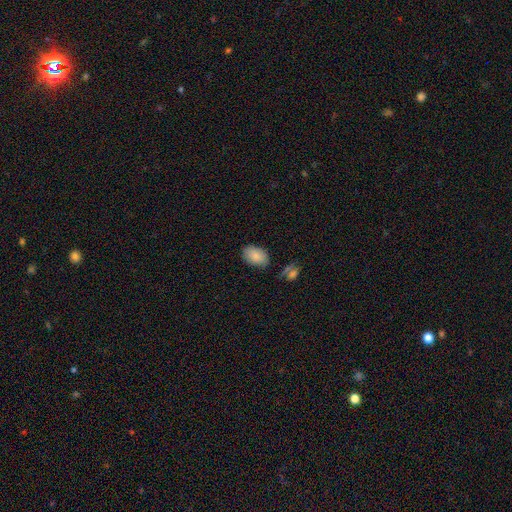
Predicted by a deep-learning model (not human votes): Overall: smooth (85%). How rounded: in between (88%). Merging: none (73%).